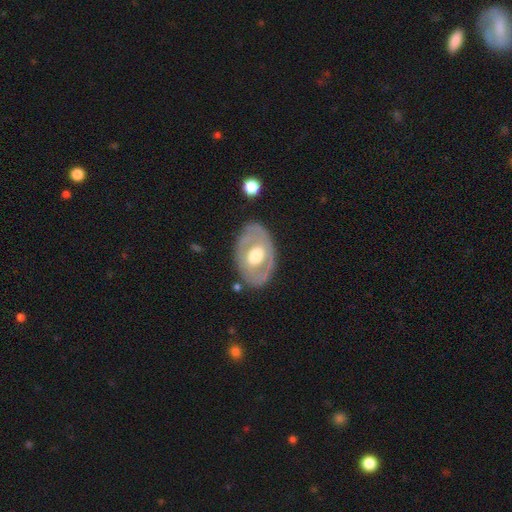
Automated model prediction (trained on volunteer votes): Smooth or featured: featured or disk — 62% (smooth — 33%)
Edge-on disk: no — 92% (yes — 8%)
Bar: no — 74% (weak — 20%)
Spiral arms: no — 71% (yes — 29%)
Bulge size: moderate — 51% (large — 40%)
Merging: none — 76% (minor disturbance — 16%)